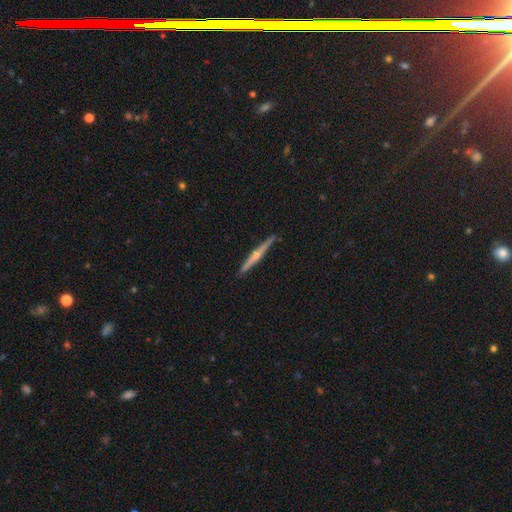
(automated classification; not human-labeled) Smooth or featured?
  - featured or disk: 66% *
  - smooth: 29%
  - star or artifact: 6%
Edge-on disk?
  - yes: 98% *
  - no: 2%
Edge-on bulge?
  - rounded: 68% *
  - none: 22%
  - boxy: 10%
Merging?
  - none: 90% *
  - minor disturbance: 8%
  - major disturbance: 1%
  - merger: 1%